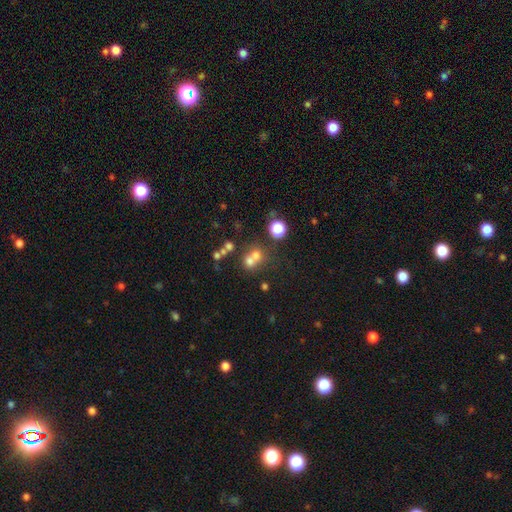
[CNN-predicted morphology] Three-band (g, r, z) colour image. It shows a smooth galaxy with no disk features (63%) that is round (80%). Merging: merger (52%).